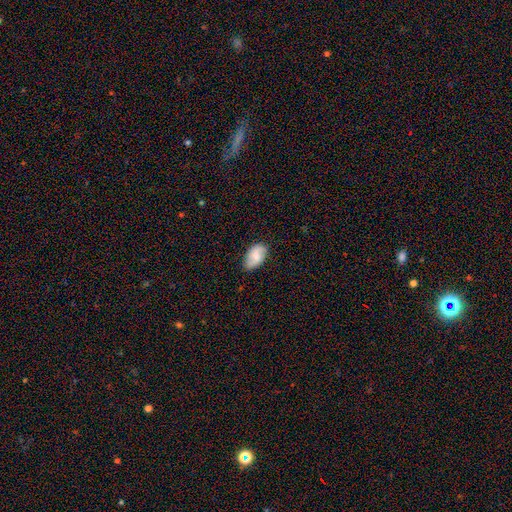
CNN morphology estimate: smooth_or_featured: smooth (p=0.67) [alt: featured or disk p=0.26]
how_rounded: in between (p=0.92) [alt: round p=0.07]
merging: none (p=0.76) [alt: minor disturbance p=0.19]